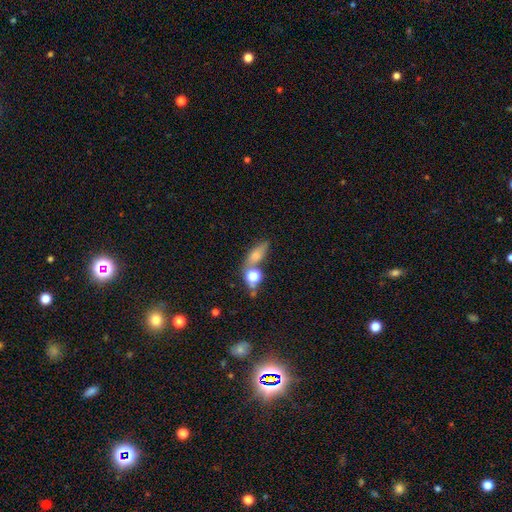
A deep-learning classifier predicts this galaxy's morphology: type=smooth (65%); roundness=in between (52%); merging=none (52%).